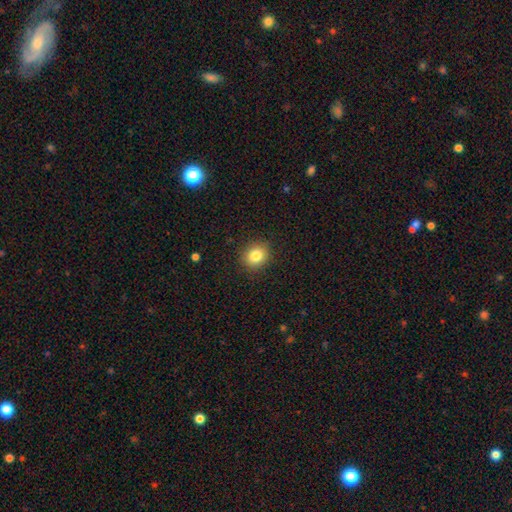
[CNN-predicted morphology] type=smooth (83%); roundness=round (74%); merging=none (89%).